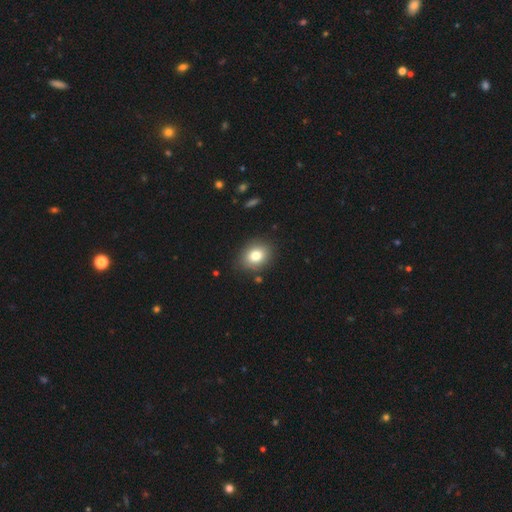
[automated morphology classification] smooth_or_featured: smooth (p=0.79) [alt: featured or disk p=0.11]
how_rounded: in between (p=0.51) [alt: round p=0.48]
merging: none (p=0.86) [alt: minor disturbance p=0.10]